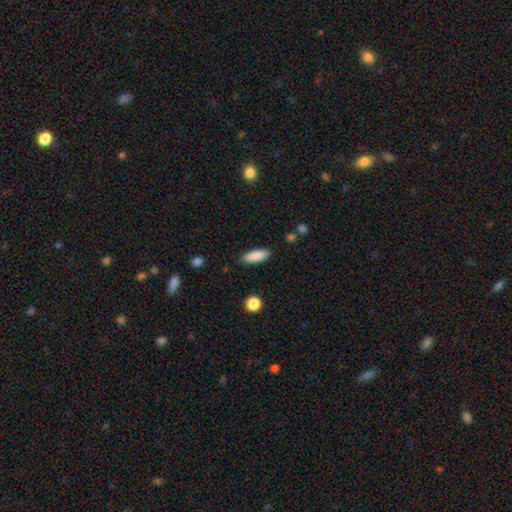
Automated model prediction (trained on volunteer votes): This appears to be a smooth galaxy with no disk features (87%) that is in between round and cigar-shaped (58%). Merging: none (87%).